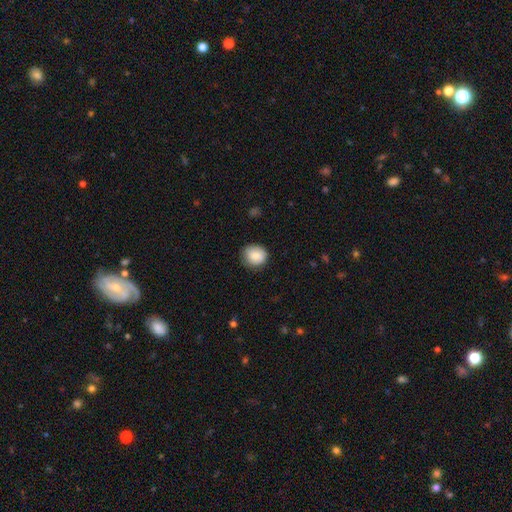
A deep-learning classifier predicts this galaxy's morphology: Overall: smooth (84%). How rounded: round (80%). Merging: none (81%).